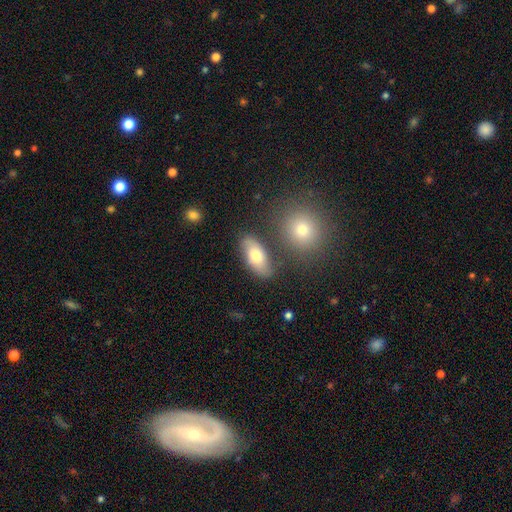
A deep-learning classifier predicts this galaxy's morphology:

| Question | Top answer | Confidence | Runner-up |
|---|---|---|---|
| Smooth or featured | smooth | 67% | featured or disk (25%) |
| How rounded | in between | 86% | cigar-shaped (8%) |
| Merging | none | 76% | minor disturbance (13%) |